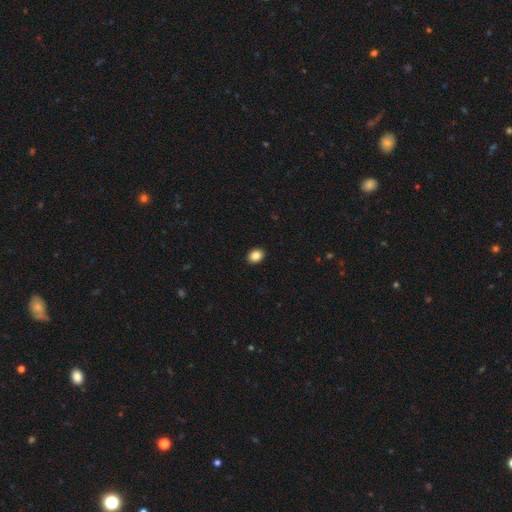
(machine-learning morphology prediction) type=smooth (87%); roundness=in between (60%); merging=none (92%).